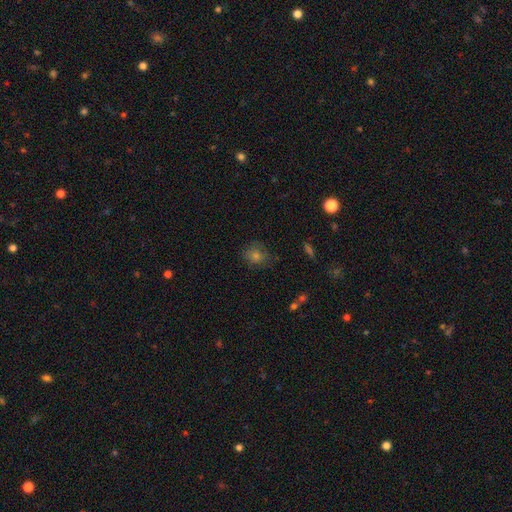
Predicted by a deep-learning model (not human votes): A smooth galaxy with no disk features (63%) that is round (75%).

Vote fractions:
- Smooth or featured? smooth: 63% / star or artifact: 23% / featured or disk: 14%
- How rounded? round: 75% / in between: 24% / cigar-shaped: 1%
- Merging? none: 77% / minor disturbance: 16% / major disturbance: 6% / merger: 2%